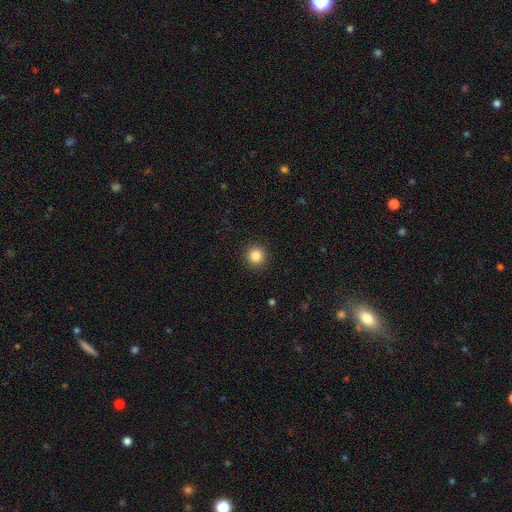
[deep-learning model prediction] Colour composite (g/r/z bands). It shows a smooth galaxy with no disk features (85%) that is round (94%). Merging: none (92%).